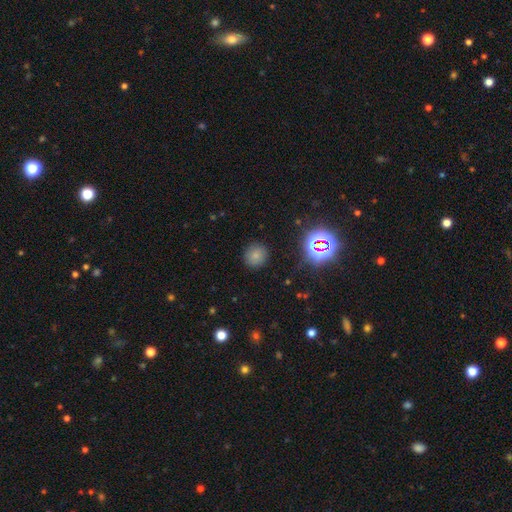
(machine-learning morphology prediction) Q: Smooth or featured?
A: smooth (74%); runner-up: star or artifact (19%)
Q: How rounded?
A: round (89%); runner-up: in between (10%)
Q: Merging?
A: none (88%); runner-up: minor disturbance (8%)